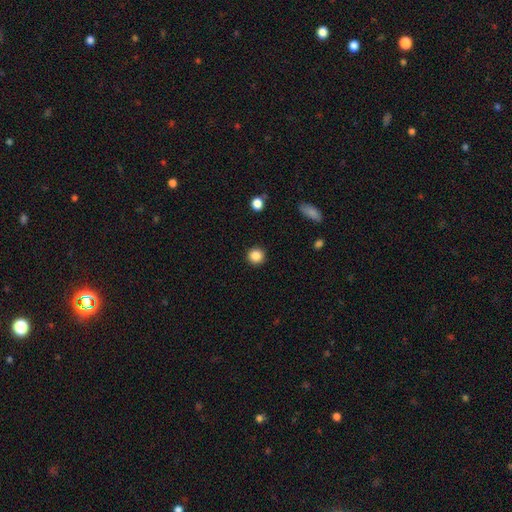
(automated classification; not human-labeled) Morphology: type=smooth (86%); roundness=round (94%); merging=none (91%).